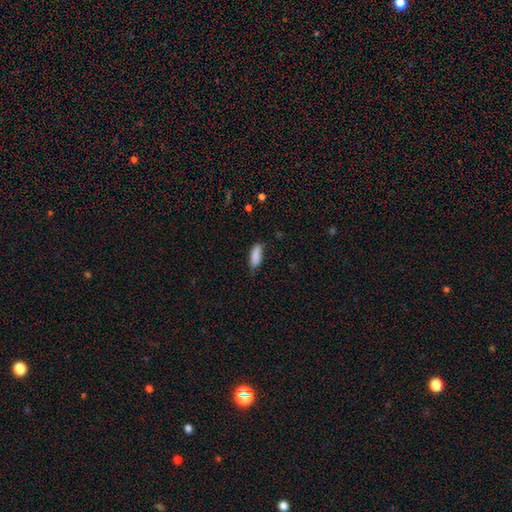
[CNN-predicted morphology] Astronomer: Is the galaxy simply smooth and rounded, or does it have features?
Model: smooth — 88%.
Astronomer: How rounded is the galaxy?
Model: in between — 66%.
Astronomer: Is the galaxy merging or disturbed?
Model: none — 73%.